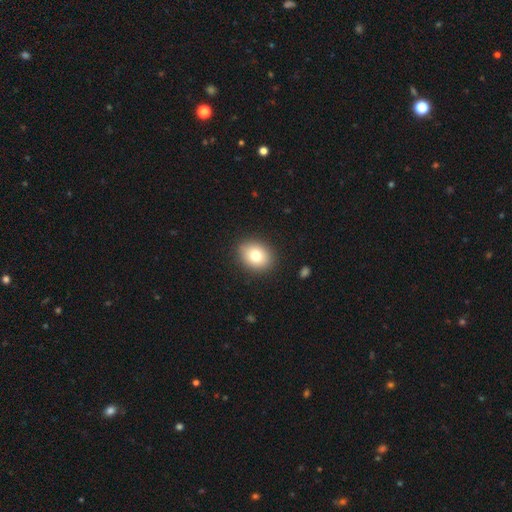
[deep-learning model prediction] This is likely a smooth galaxy (78%). How rounded: possibly round (50%). Merging: clearly none (88%).